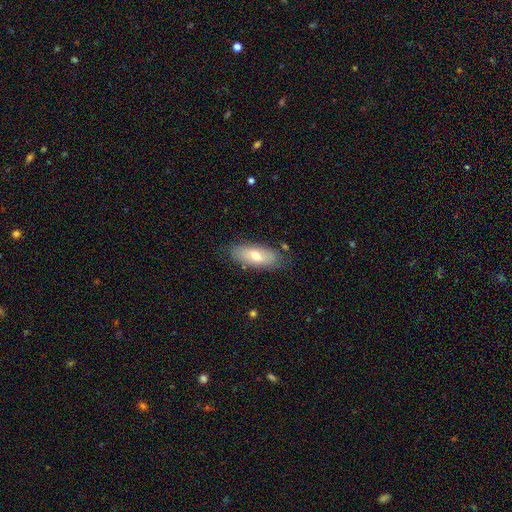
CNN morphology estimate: Q: Smooth or featured?
A: smooth (65%); runner-up: featured or disk (28%)
Q: How rounded?
A: in between (81%); runner-up: cigar-shaped (16%)
Q: Merging?
A: none (79%); runner-up: minor disturbance (15%)